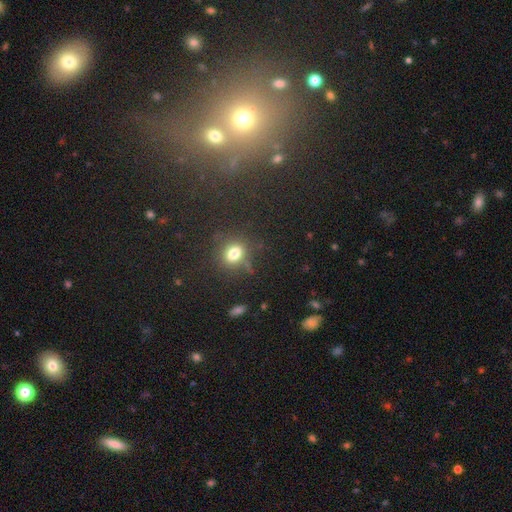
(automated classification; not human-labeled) A star or artifact, not a galaxy (48%).